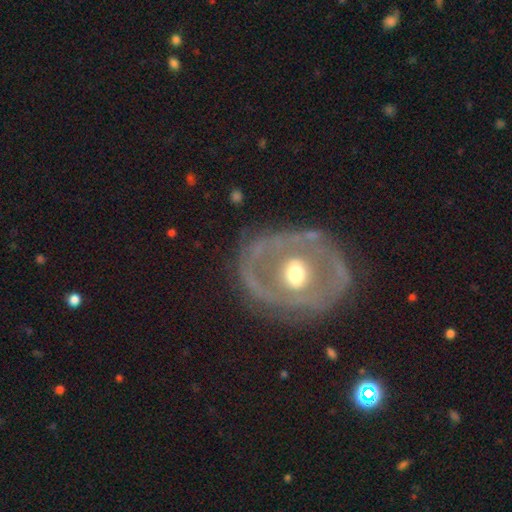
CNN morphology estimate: Overall: featured or disk (74%). Edge-on disk: no (95%). Bar: no (67%). Spiral arms: no (61%; yes 39%). Bulge size: moderate (74%). Merging: none (70%).